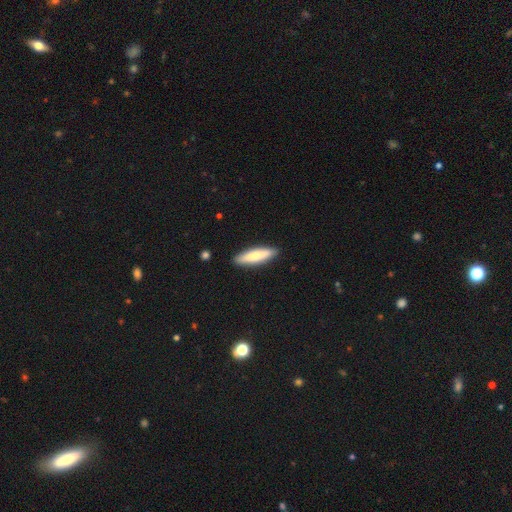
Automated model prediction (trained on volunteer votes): smooth_or_featured: smooth (p=0.72) [alt: featured or disk p=0.23]
how_rounded: cigar-shaped (p=0.67) [alt: in between p=0.31]
merging: none (p=0.89) [alt: minor disturbance p=0.08]